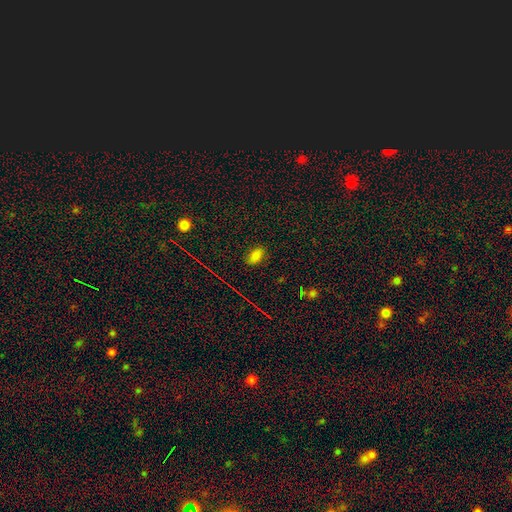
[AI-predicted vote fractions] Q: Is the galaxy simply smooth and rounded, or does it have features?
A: smooth — 72%.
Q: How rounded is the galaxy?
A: in between — 91%.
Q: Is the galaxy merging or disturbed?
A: none — 83%.